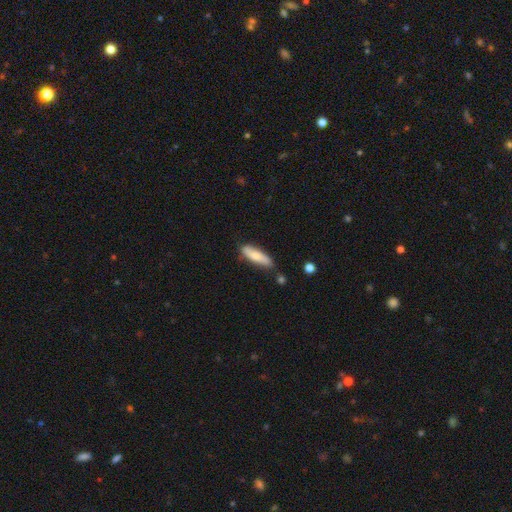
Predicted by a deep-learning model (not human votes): smooth_or_featured: smooth (p=0.73) [alt: featured or disk p=0.21]
how_rounded: cigar-shaped (p=0.58) [alt: in between p=0.40]
merging: none (p=0.71) [alt: minor disturbance p=0.21]